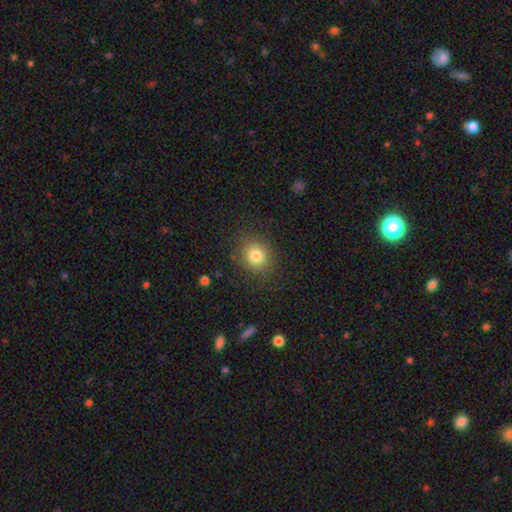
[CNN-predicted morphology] smooth-or-featured: smooth: 80% | star or artifact: 12% | featured or disk: 8%
  how-rounded: round: 67% | in between: 32% | cigar-shaped: 1%
  merging: none: 85% | minor disturbance: 10% | major disturbance: 4% | merger: 1%